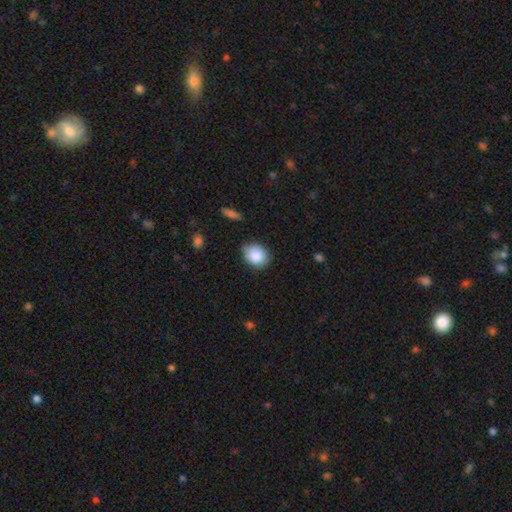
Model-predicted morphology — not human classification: This is clearly a smooth galaxy (87%). How rounded: possibly round (60%). Merging: likely none (79%).